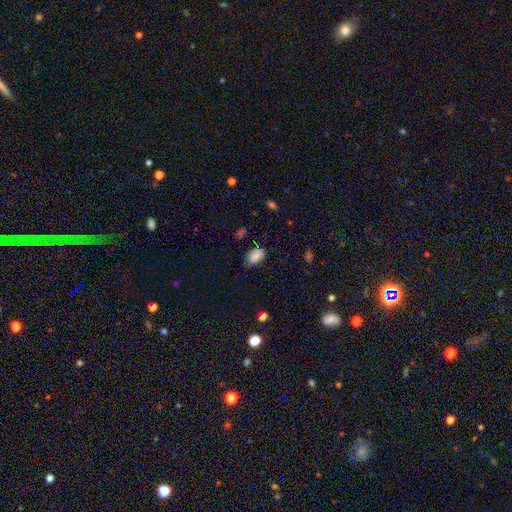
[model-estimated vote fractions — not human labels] smooth 85%, star or artifact 9%, featured or disk 6%. Down the decision tree: how rounded — in between (90%); merging — none (62%).